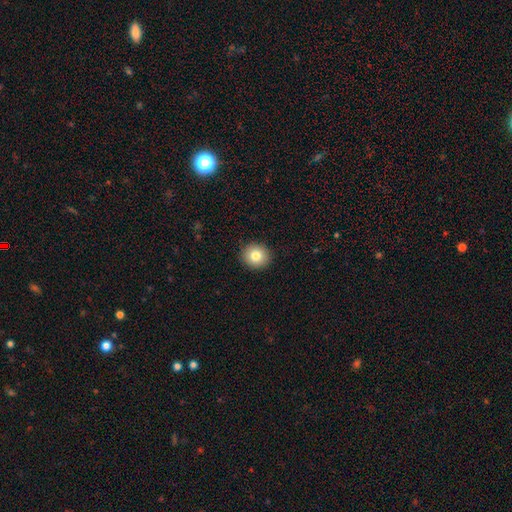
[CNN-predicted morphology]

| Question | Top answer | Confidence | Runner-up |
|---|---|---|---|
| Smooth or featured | smooth | 81% | star or artifact (10%) |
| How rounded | round | 88% | in between (11%) |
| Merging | none | 92% | minor disturbance (6%) |